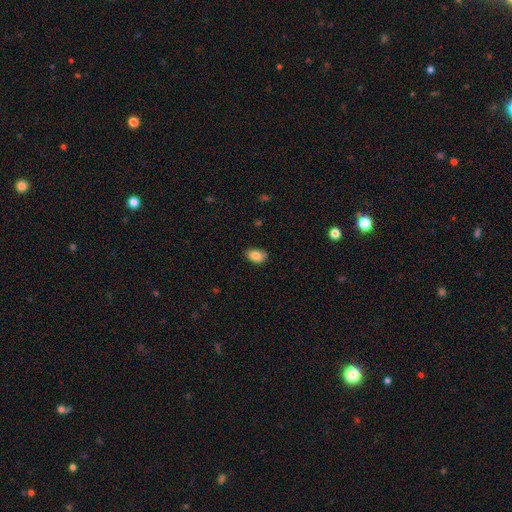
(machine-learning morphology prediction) The model was most divided on "merging": none: 77%, minor disturbance: 19%, major disturbance: 3%, merger: 2%. More confident: how rounded — in between (87%); smooth or featured — smooth (85%).